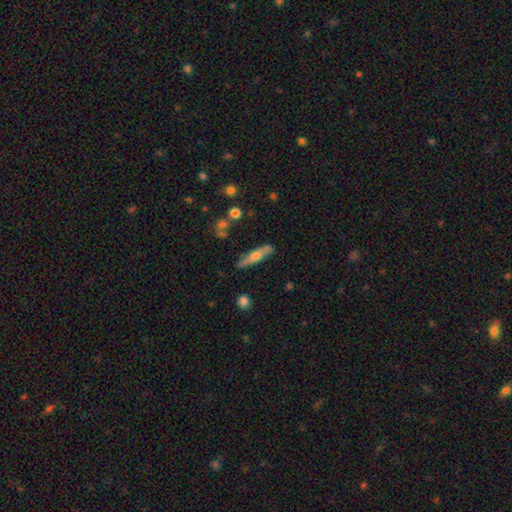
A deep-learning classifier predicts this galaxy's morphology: type=smooth (48%); merging=none (80%).